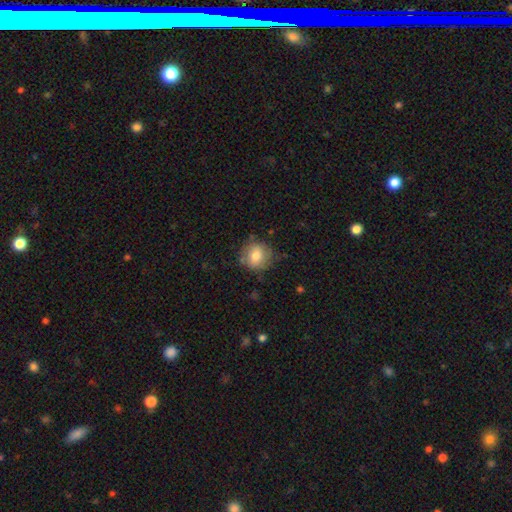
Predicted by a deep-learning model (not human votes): A smooth galaxy with no disk features (76%) that is round (85%). Merging: none (74%).